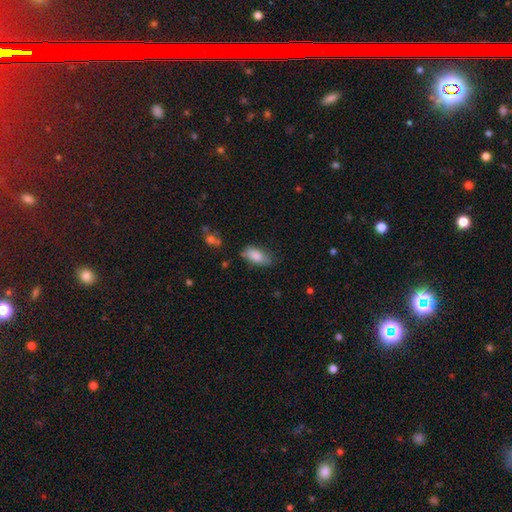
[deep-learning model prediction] This appears to be a smooth galaxy with no disk features (84%) that is in between round and cigar-shaped (87%). Merging: none (69%).